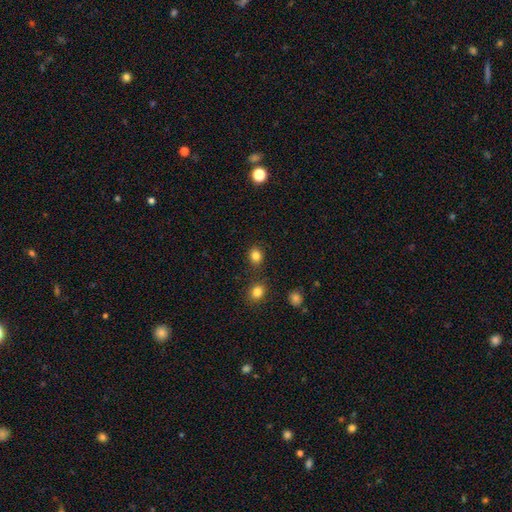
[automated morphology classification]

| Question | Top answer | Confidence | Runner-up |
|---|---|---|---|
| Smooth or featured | smooth | 83% | star or artifact (12%) |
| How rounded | round | 67% | in between (32%) |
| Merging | none | 83% | minor disturbance (9%) |